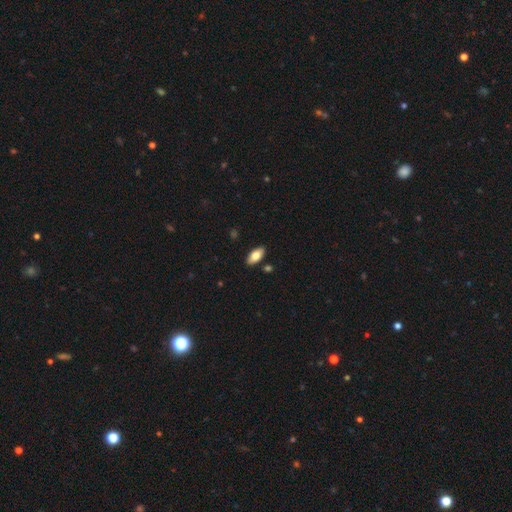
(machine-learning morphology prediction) type=smooth (79%); roundness=in between (92%); merging=none (88%).